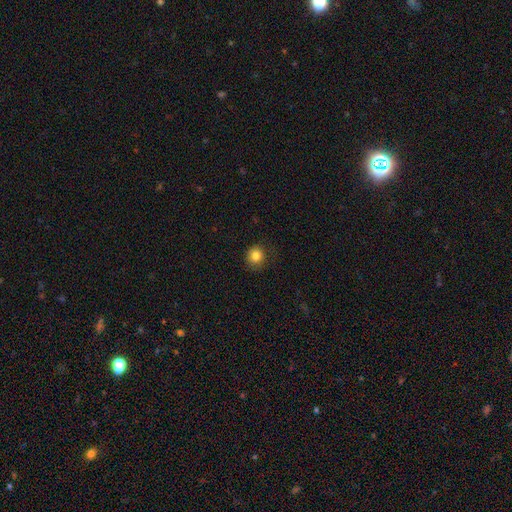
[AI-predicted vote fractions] smooth-or-featured: smooth: 83% | star or artifact: 12% | featured or disk: 5%
  how-rounded: round: 88% | in between: 11% | cigar-shaped: 1%
  merging: none: 84% | minor disturbance: 12% | major disturbance: 3% | merger: 1%